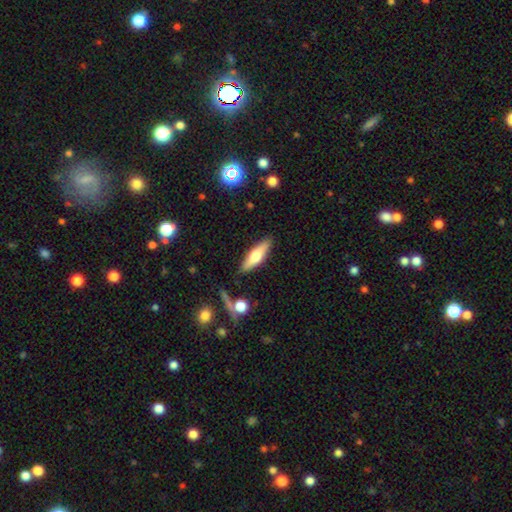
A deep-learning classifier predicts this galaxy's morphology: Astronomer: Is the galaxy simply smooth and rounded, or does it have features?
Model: smooth — 59% (runner-up: featured or disk, 34%).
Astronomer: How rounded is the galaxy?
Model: cigar-shaped — 59% (runner-up: in between, 39%).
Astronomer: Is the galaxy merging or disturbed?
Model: none — 85%.